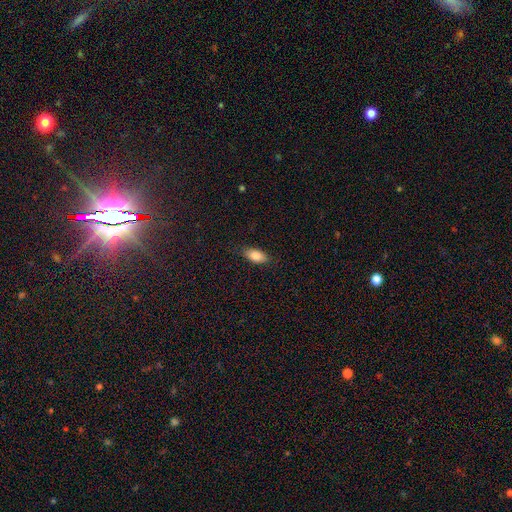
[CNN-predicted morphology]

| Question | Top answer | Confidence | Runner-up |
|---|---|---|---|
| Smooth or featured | smooth | 85% | featured or disk (8%) |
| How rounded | in between | 89% | cigar-shaped (8%) |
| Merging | none | 84% | minor disturbance (13%) |